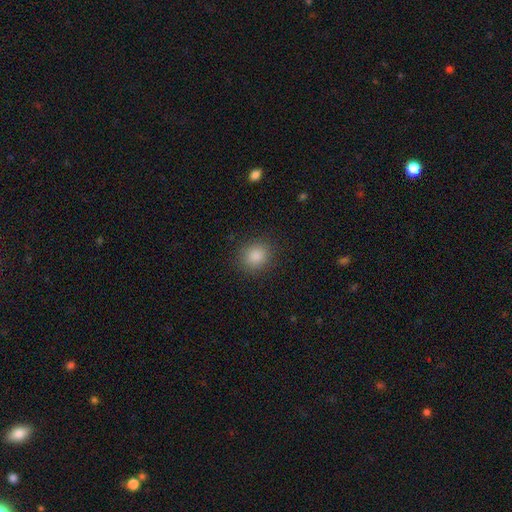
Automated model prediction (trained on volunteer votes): smooth-or-featured: smooth: 85% | star or artifact: 11% | featured or disk: 4%
  how-rounded: round: 78% | in between: 21% | cigar-shaped: 1%
  merging: none: 89% | minor disturbance: 7% | major disturbance: 3% | merger: 1%